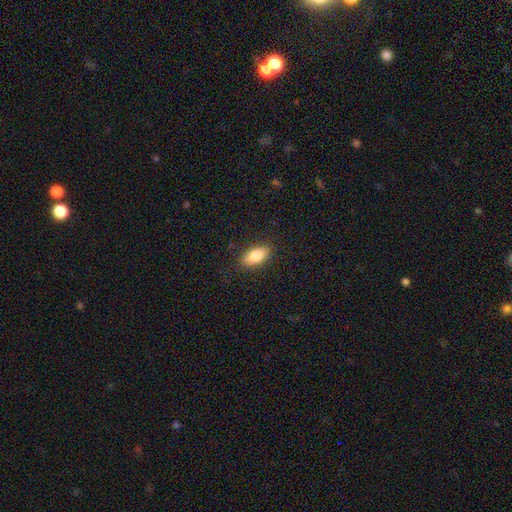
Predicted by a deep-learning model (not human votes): Smooth or featured?
  - smooth: 82% *
  - featured or disk: 11%
  - star or artifact: 7%
How rounded?
  - in between: 89% *
  - cigar-shaped: 8%
  - round: 4%
Merging?
  - none: 87% *
  - minor disturbance: 9%
  - major disturbance: 2%
  - merger: 1%